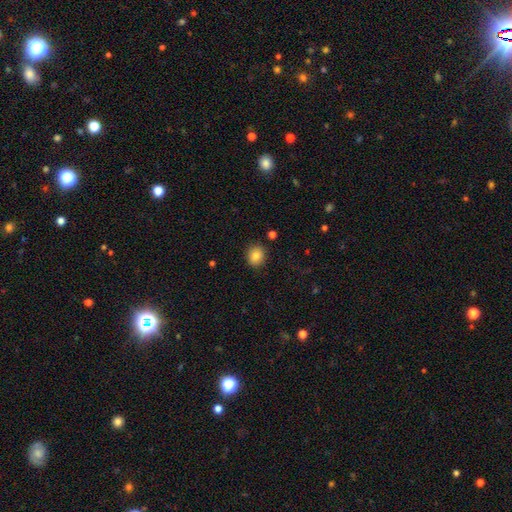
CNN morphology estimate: A smooth galaxy with no disk features (84%) that is round (77%).

Vote fractions:
- Smooth or featured? smooth: 84% / star or artifact: 10% / featured or disk: 7%
- How rounded? round: 77% / in between: 23% / cigar-shaped: 1%
- Merging? none: 89% / minor disturbance: 7% / major disturbance: 2% / merger: 2%